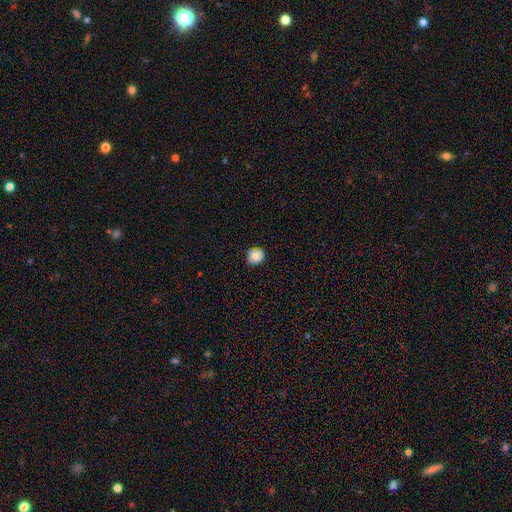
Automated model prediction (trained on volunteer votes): Smooth or featured? Predicted: smooth (p=0.86). How rounded? Predicted: round (p=0.90). Merging? Predicted: none (p=0.87).